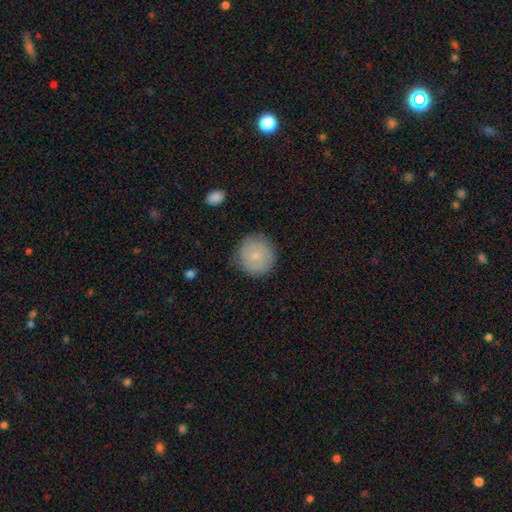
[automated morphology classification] Q: Smooth or featured?
A: smooth (67%); runner-up: featured or disk (26%)
Q: How rounded?
A: round (89%); runner-up: in between (10%)
Q: Merging?
A: none (82%); runner-up: minor disturbance (13%)